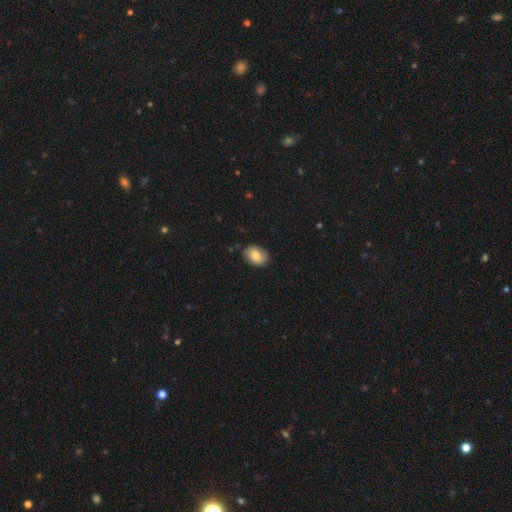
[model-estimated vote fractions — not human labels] Smooth or featured? smooth (62%)
How rounded? in between (73%)
Merging? none (81%)